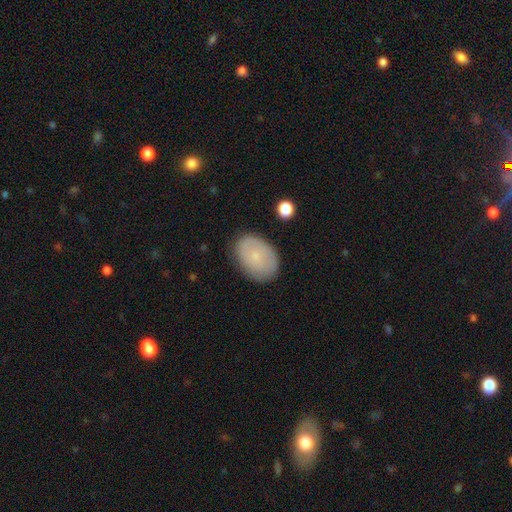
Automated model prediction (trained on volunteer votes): Smooth or featured? Predicted: smooth (p=0.71). How rounded? Predicted: in between (p=0.79). Merging? Predicted: none (p=0.83).